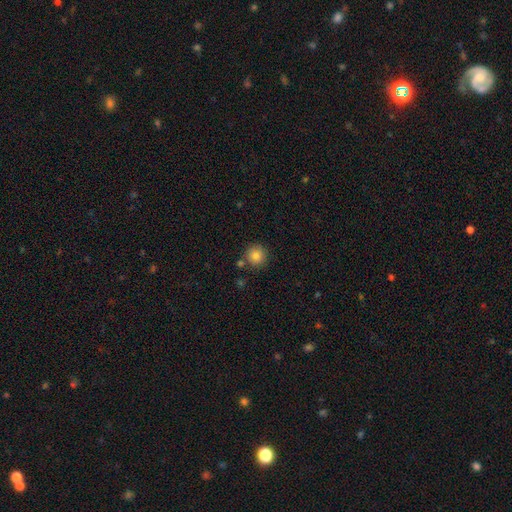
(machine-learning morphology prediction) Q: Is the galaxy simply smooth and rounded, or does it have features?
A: smooth — 84%.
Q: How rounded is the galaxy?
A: round — 94%.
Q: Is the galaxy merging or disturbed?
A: none — 80%.